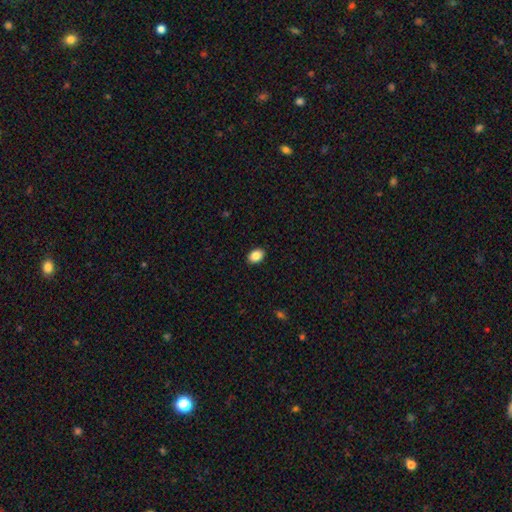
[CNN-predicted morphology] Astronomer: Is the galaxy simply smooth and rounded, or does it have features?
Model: smooth — 87%.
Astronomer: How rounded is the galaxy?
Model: in between — 76%.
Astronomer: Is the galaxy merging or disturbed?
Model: none — 90%.